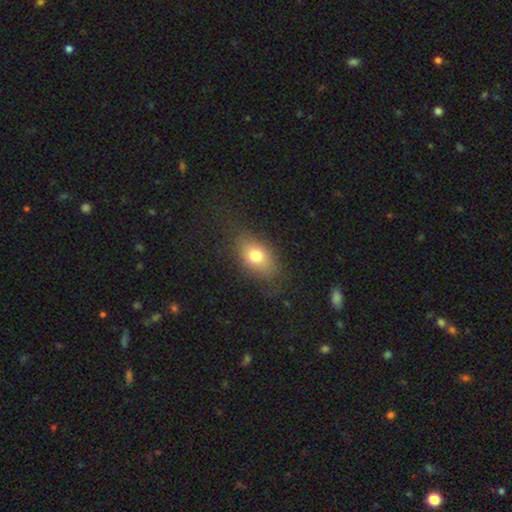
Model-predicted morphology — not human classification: Smooth or featured: smooth — 74% (featured or disk — 15%)
How rounded: in between — 80% (round — 17%)
Merging: none — 76% (minor disturbance — 15%)